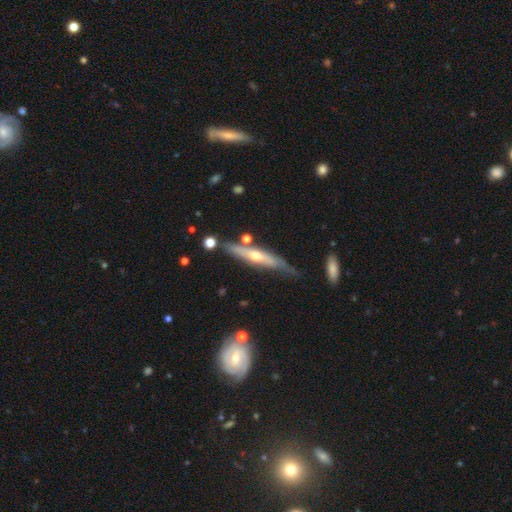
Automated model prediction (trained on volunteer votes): smooth-or-featured: featured or disk: 67% | smooth: 27% | star or artifact: 6%
  disk-edge-on: yes: 84% | no: 16%
    edge-on-bulge: rounded: 82% | none: 15% | boxy: 3%
  merging: none: 65% | minor disturbance: 23% | merger: 6% | major disturbance: 6%